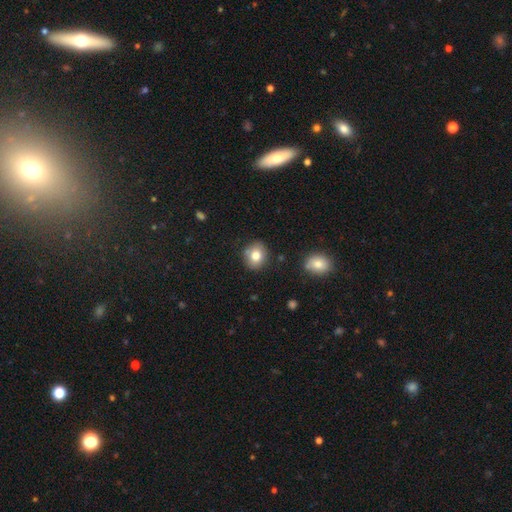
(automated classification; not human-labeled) smooth-or-featured: smooth: 78% | featured or disk: 12% | star or artifact: 10%
  how-rounded: round: 69% | in between: 30% | cigar-shaped: 1%
  merging: none: 80% | minor disturbance: 12% | merger: 5% | major disturbance: 3%